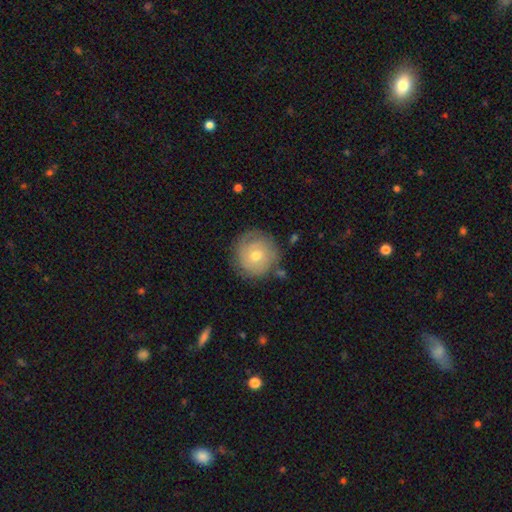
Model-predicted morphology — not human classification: Smooth or featured? Predicted: featured or disk (p=0.48). Merging? Predicted: none (p=0.78).